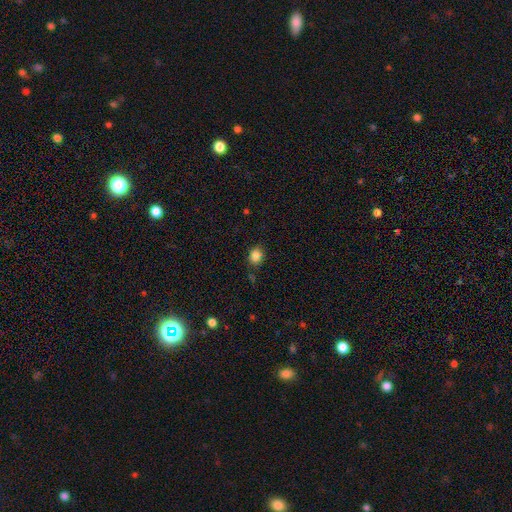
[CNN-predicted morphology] A smooth galaxy with no disk features (84%) that is round (59%). Merging: none (77%).